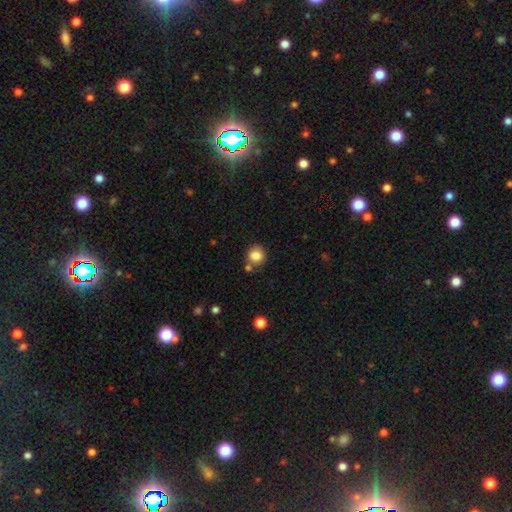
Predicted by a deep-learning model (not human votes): Smooth or featured? smooth (85%)
How rounded? round (85%)
Merging? none (74%)